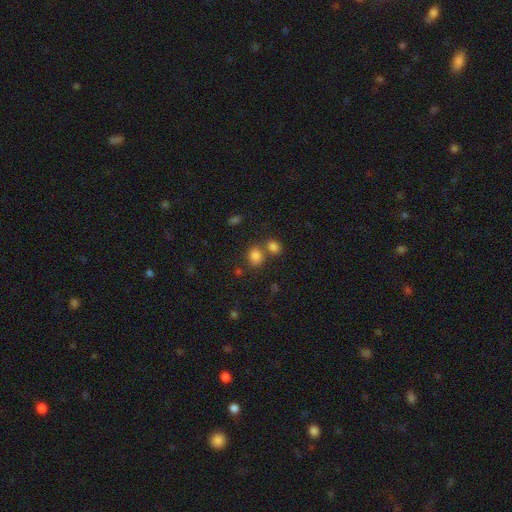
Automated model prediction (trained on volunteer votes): Q: Smooth or featured?
A: smooth (82%); runner-up: star or artifact (12%)
Q: How rounded?
A: round (53%); runner-up: in between (46%)
Q: Merging?
A: none (54%); runner-up: merger (31%)